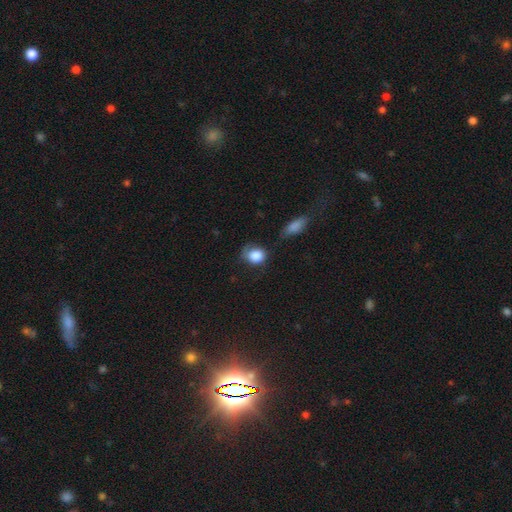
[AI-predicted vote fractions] This is clearly a smooth galaxy (85%). How rounded: likely round (65%). Merging: possibly none (47%).